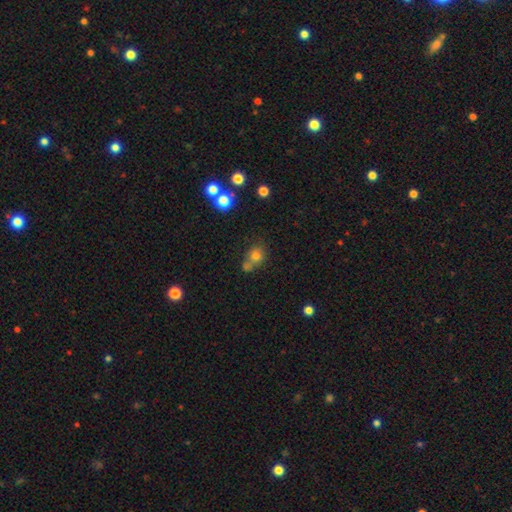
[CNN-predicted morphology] This appears to be a smooth galaxy with no disk features (72%) that is round (71%). Merging: none (45%).